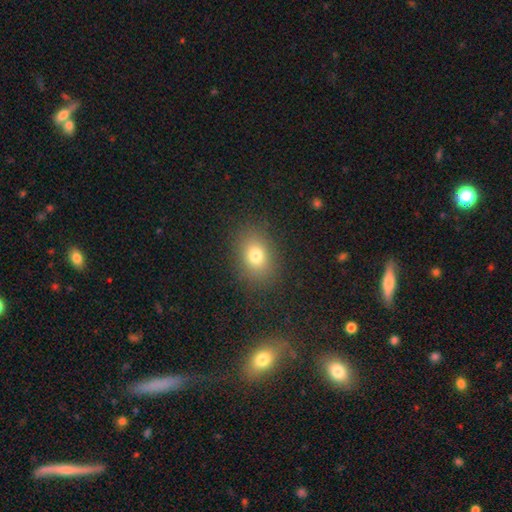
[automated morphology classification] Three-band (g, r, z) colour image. It shows a smooth galaxy with no disk features (76%) that is in between round and cigar-shaped (59%). Merging: none (85%).